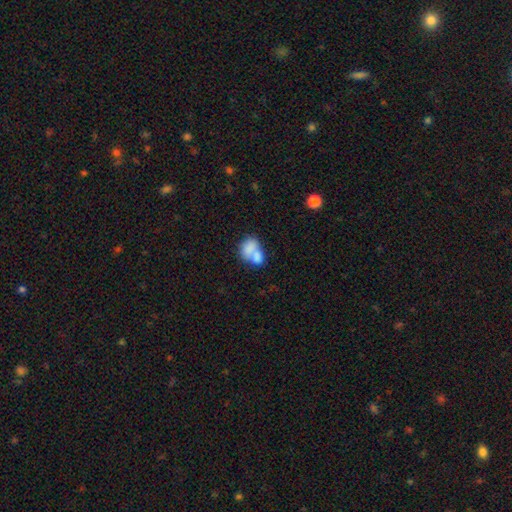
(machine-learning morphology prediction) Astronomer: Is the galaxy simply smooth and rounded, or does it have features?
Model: smooth — 73%.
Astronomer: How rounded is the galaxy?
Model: in between — 71%.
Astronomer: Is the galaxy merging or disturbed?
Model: merger — 64%.